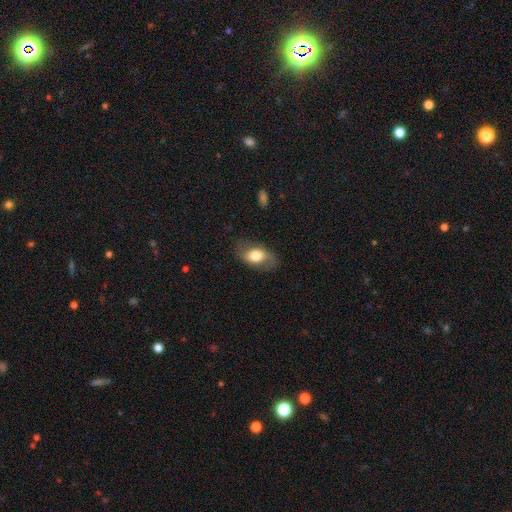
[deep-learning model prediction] A smooth galaxy with no disk features (59%) that is in between round and cigar-shaped (87%). Merging: none (73%).